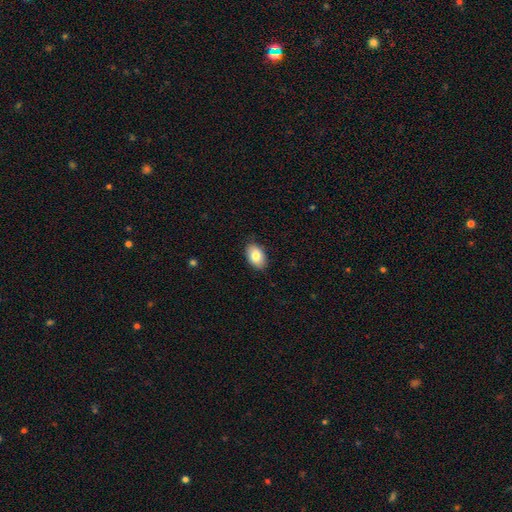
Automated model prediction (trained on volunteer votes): Q: Smooth or featured?
A: smooth (82%); runner-up: featured or disk (11%)
Q: How rounded?
A: in between (90%); runner-up: round (8%)
Q: Merging?
A: none (86%); runner-up: minor disturbance (11%)